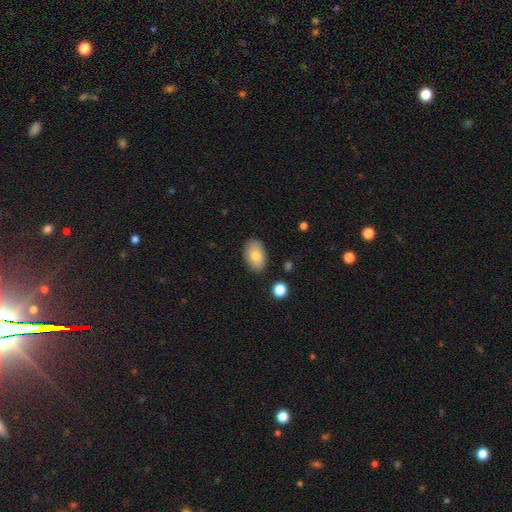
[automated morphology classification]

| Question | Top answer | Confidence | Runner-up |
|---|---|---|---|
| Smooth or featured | smooth | 82% | featured or disk (11%) |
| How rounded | in between | 92% | round (7%) |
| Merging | none | 85% | minor disturbance (11%) |